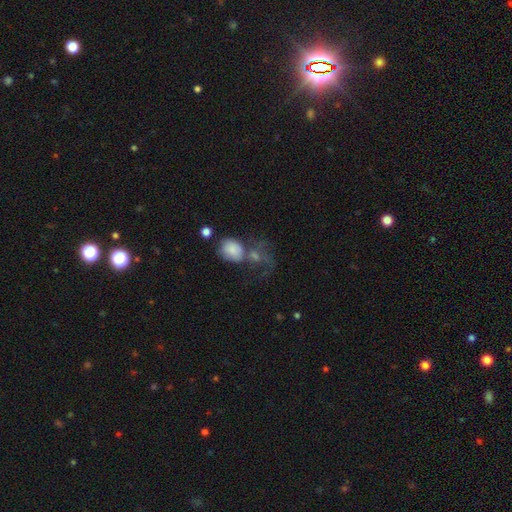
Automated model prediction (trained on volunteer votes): A smooth galaxy with no disk features (57%) that is round (53%).

Vote fractions:
- Smooth or featured? smooth: 57% / featured or disk: 27% / star or artifact: 17%
- How rounded? round: 53% / in between: 45% / cigar-shaped: 2%
- Merging? merger: 38% / none: 26% / major disturbance: 22% / minor disturbance: 14%